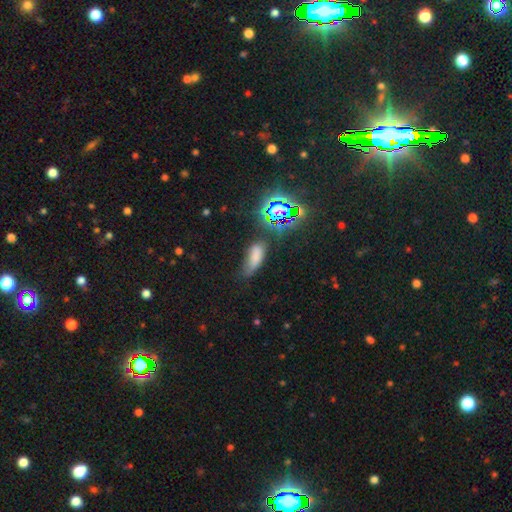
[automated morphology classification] A smooth galaxy with no disk features (68%) that is in between round and cigar-shaped (72%). Merging: none (54%).